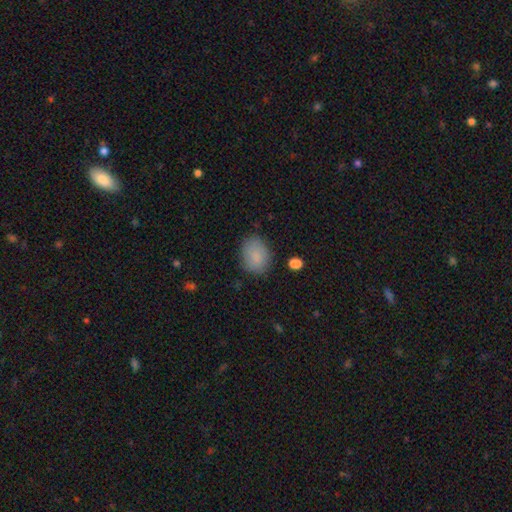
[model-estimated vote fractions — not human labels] smooth 86%, star or artifact 7%, featured or disk 6%. Down the decision tree: how rounded — in between (62%); merging — none (80%).